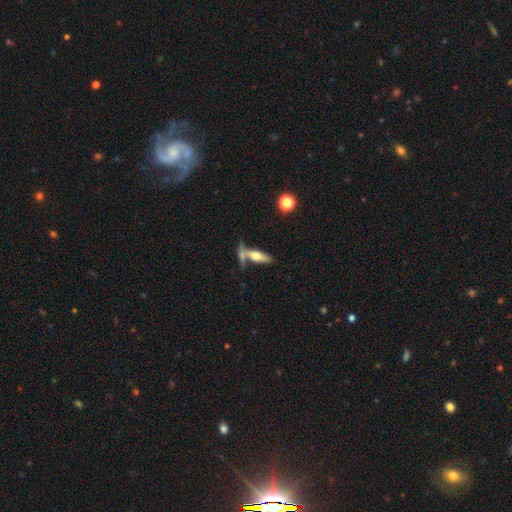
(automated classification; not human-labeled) A smooth galaxy with no disk features (49%). Merging: none (47%).